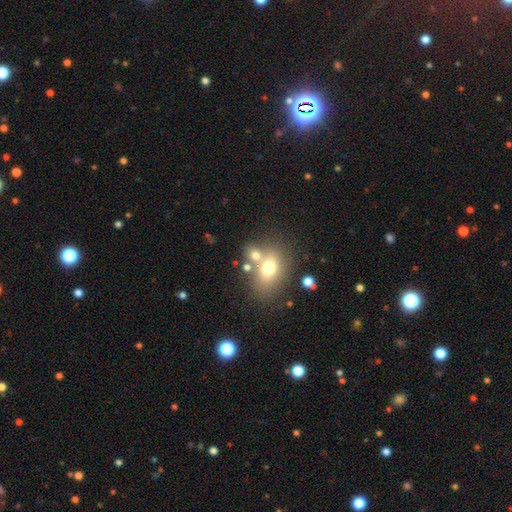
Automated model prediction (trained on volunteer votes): smooth_or_featured: smooth (p=0.68) [alt: featured or disk p=0.20]
how_rounded: in between (p=0.66) [alt: round p=0.32]
merging: none (p=0.52) [alt: merger p=0.31]